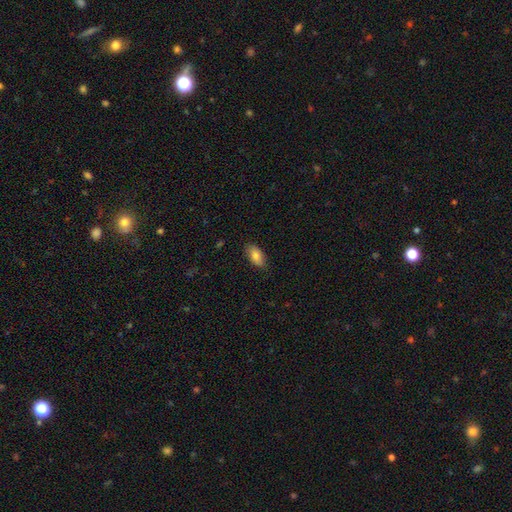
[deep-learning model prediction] A smooth galaxy with no disk features (81%) that is in between round and cigar-shaped (91%).

Vote fractions:
- Smooth or featured? smooth: 81% / featured or disk: 12% / star or artifact: 7%
- How rounded? in between: 91% / cigar-shaped: 5% / round: 4%
- Merging? none: 82% / minor disturbance: 14% / major disturbance: 2% / merger: 1%